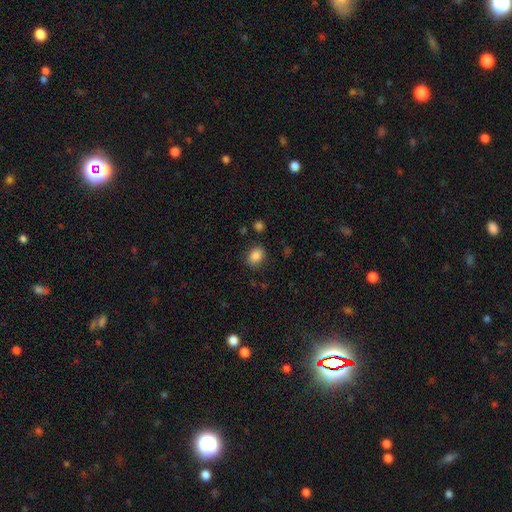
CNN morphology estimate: Smooth or featured?
  - smooth: 86% *
  - star or artifact: 9%
  - featured or disk: 5%
How rounded?
  - in between: 66% *
  - round: 33%
  - cigar-shaped: 1%
Merging?
  - none: 82% *
  - minor disturbance: 12%
  - major disturbance: 4%
  - merger: 3%